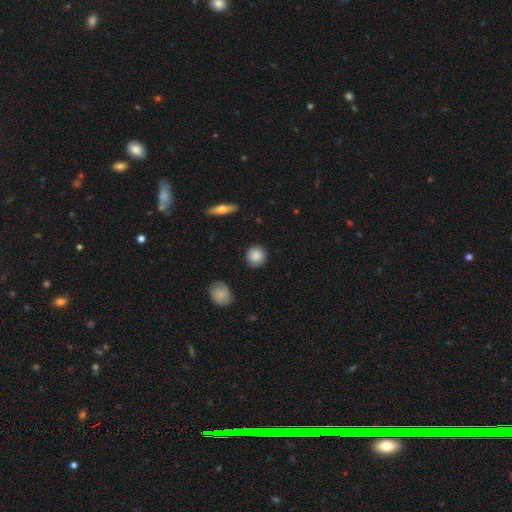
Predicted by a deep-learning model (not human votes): This is clearly a smooth galaxy (86%). How rounded: clearly round (90%). Merging: clearly none (88%).